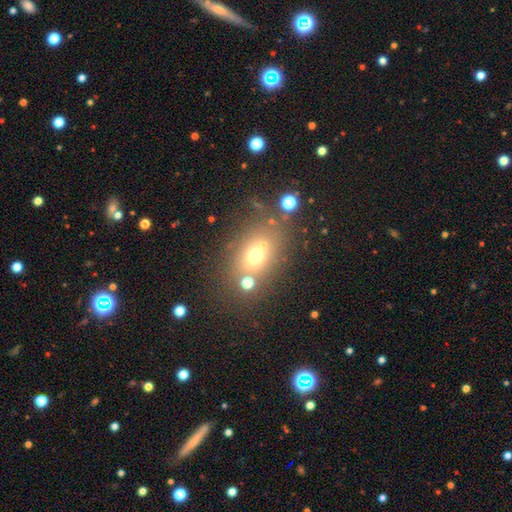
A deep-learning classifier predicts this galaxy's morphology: Q: Smooth or featured?
A: smooth (64%); runner-up: star or artifact (19%)
Q: How rounded?
A: in between (58%); runner-up: round (39%)
Q: Merging?
A: none (64%); runner-up: merger (15%)